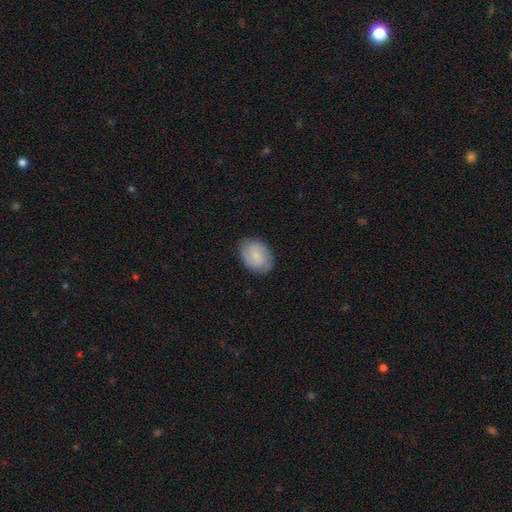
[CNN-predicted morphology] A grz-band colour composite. It shows a smooth galaxy with no disk features (49%). Merging: none (82%).